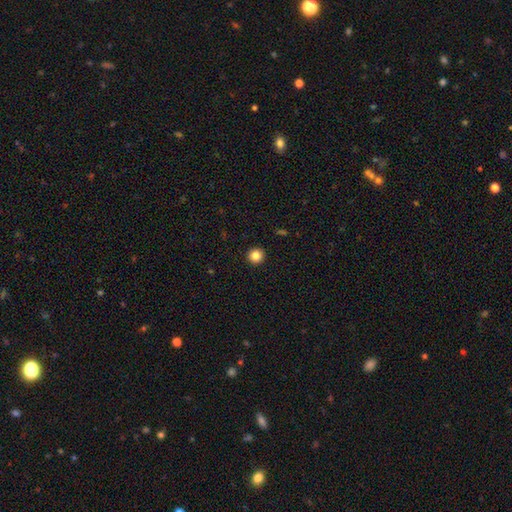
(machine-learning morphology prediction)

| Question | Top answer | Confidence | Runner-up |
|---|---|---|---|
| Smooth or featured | smooth | 84% | star or artifact (11%) |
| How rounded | round | 95% | in between (4%) |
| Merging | none | 94% | minor disturbance (4%) |